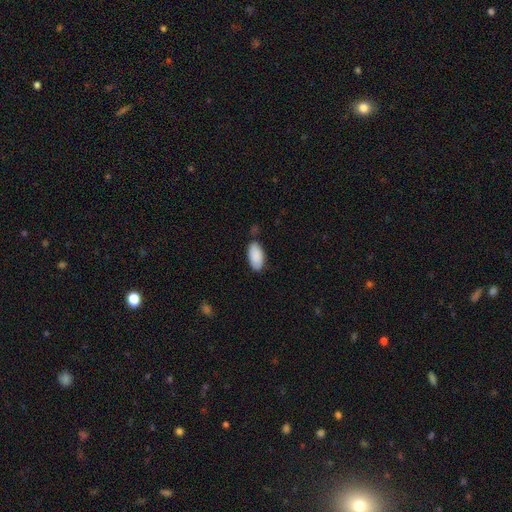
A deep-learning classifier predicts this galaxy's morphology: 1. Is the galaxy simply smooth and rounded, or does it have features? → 89% smooth, 6% star or artifact, 6% featured or disk.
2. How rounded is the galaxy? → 95% in between, 3% cigar-shaped, 2% round.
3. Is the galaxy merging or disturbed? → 77% none, 18% minor disturbance, 3% major disturbance, 3% merger.